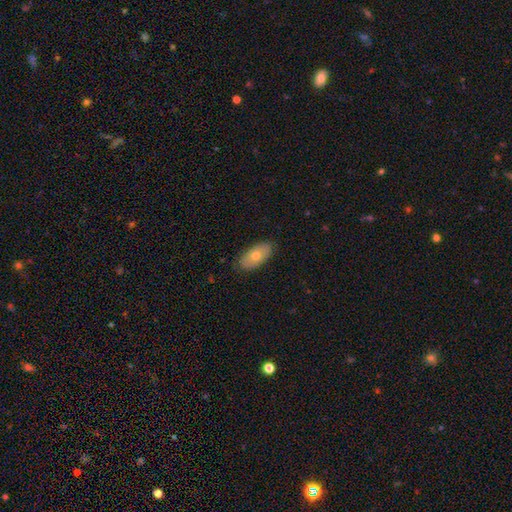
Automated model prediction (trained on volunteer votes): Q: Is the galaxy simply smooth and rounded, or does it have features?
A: smooth — 65%.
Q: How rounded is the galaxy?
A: in between — 92%.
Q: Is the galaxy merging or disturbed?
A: none — 85%.